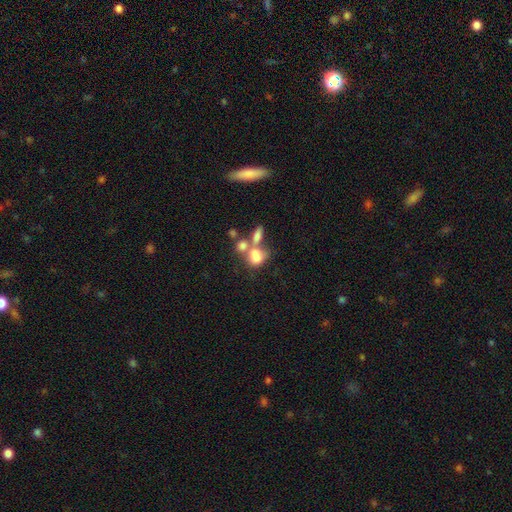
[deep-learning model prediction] This appears to be a smooth galaxy with no disk features (70%) that is in between round and cigar-shaped (64%). Merging: merger (57%).